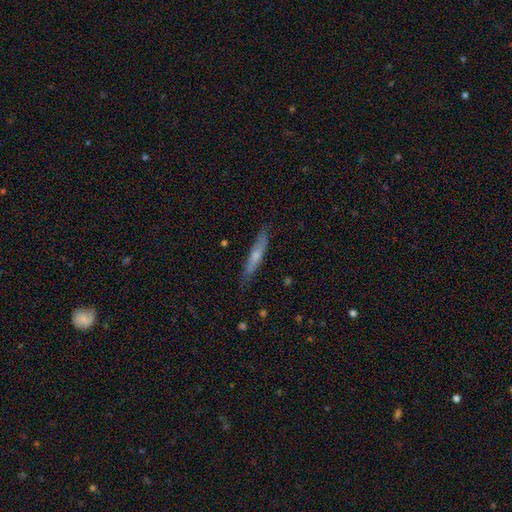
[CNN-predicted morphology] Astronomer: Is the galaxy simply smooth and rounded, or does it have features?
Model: smooth — 55% (runner-up: featured or disk, 39%).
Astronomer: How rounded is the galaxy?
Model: cigar-shaped — 92%.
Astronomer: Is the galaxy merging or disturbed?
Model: none — 81%.